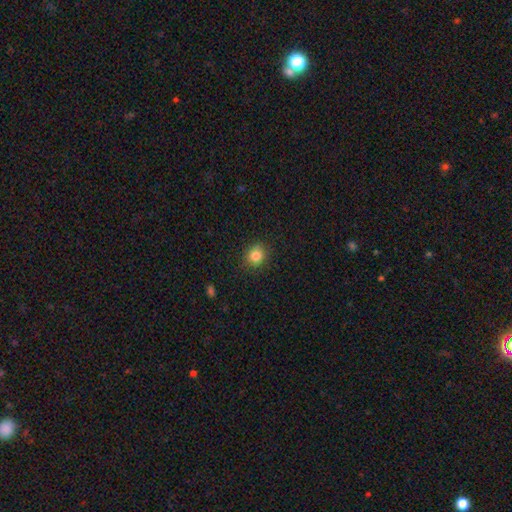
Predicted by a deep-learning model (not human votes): Q: Smooth or featured?
A: smooth (83%); runner-up: star or artifact (11%)
Q: How rounded?
A: round (82%); runner-up: in between (17%)
Q: Merging?
A: none (86%); runner-up: minor disturbance (10%)